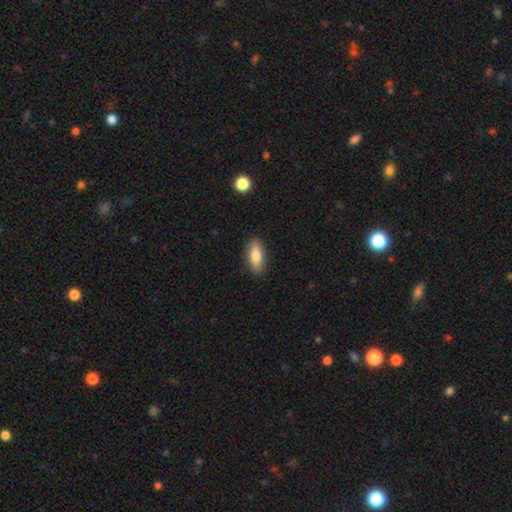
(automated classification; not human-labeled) Overall: smooth (76%). How rounded: in between (74%). Merging: none (88%).